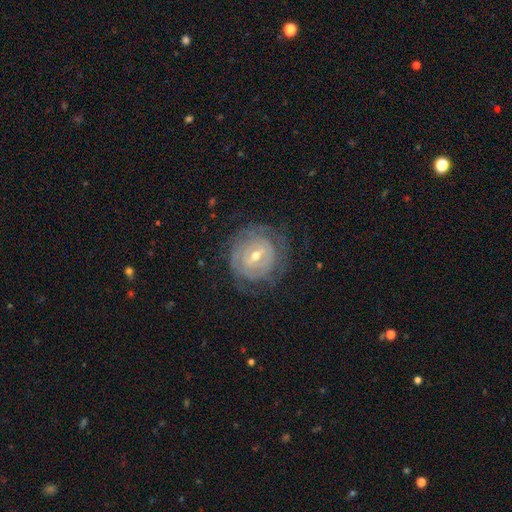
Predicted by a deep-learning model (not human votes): This is clearly a featured or disk galaxy (80%). It is clearly not viewed edge-on (96%). Bar: possibly weak (52%). Spiral arm pattern: clearly yes (81%). Spiral arm count: possibly can't tell (56%). Spiral winding: likely tight (79%). Central bulge: possibly moderate (52%). Merging: likely none (76%).